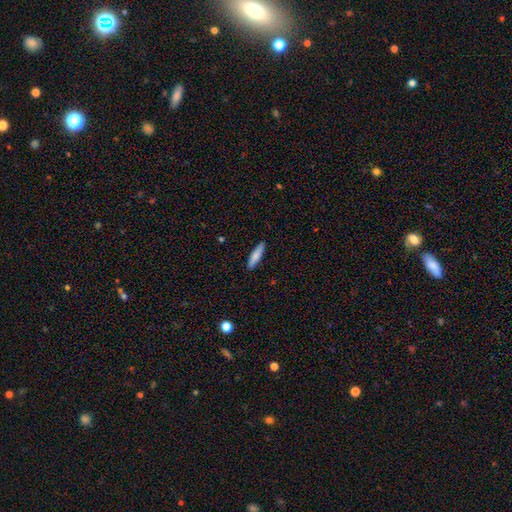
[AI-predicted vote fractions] Smooth or featured: smooth — 77% (featured or disk — 17%)
How rounded: cigar-shaped — 76% (in between — 22%)
Merging: none — 89% (minor disturbance — 8%)